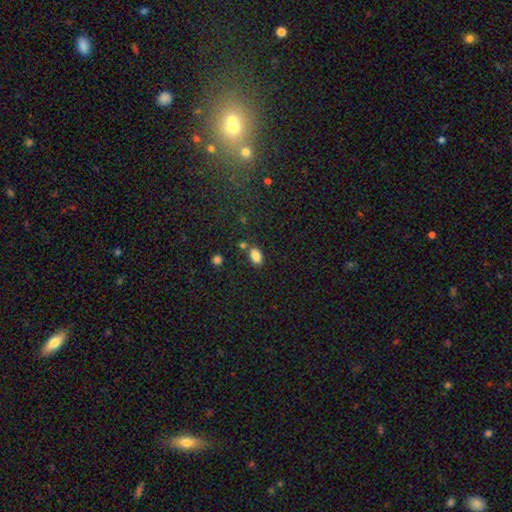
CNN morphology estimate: Smooth or featured? Predicted: smooth (p=0.85). How rounded? Predicted: in between (p=0.88). Merging? Predicted: none (p=0.71).